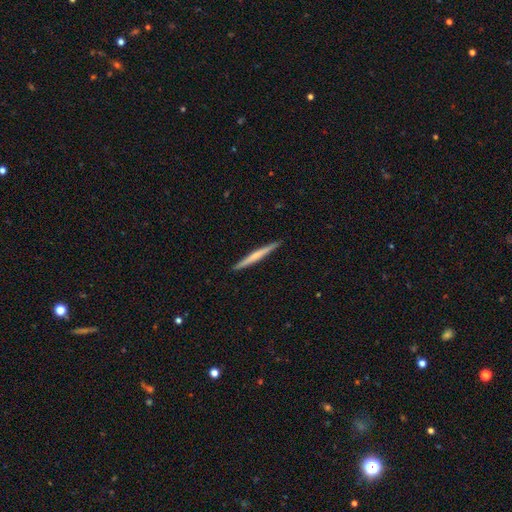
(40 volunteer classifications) This is likely a featured or disk galaxy (68%). It is clearly viewed edge-on (96%). Edge-on bulge: possibly none (50%). Merging: clearly none (89%).